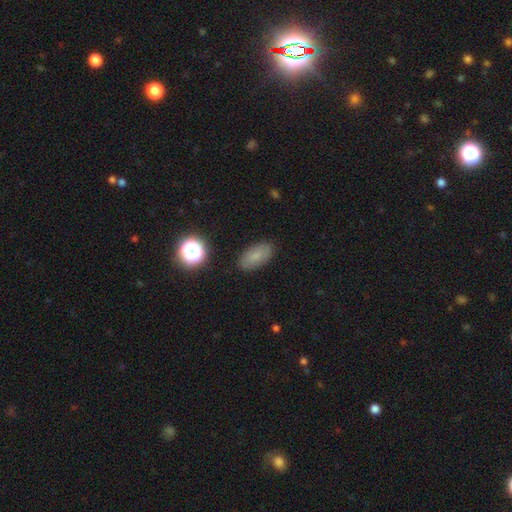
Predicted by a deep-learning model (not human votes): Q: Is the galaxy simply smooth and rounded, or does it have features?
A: smooth — 76%.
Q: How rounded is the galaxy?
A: in between — 90%.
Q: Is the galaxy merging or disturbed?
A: none — 86%.